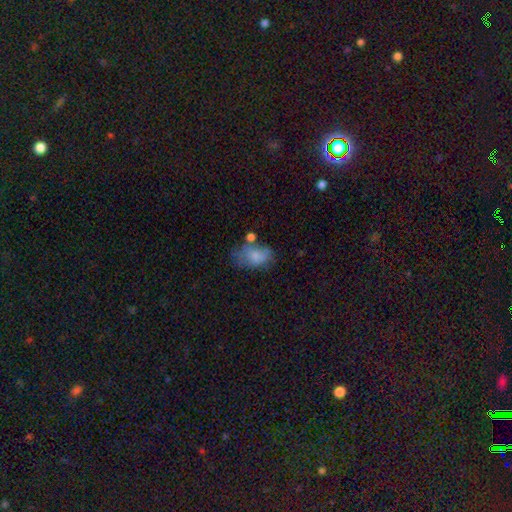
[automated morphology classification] Smooth or featured? smooth (72%)
How rounded? in between (85%)
Merging? none (39%)